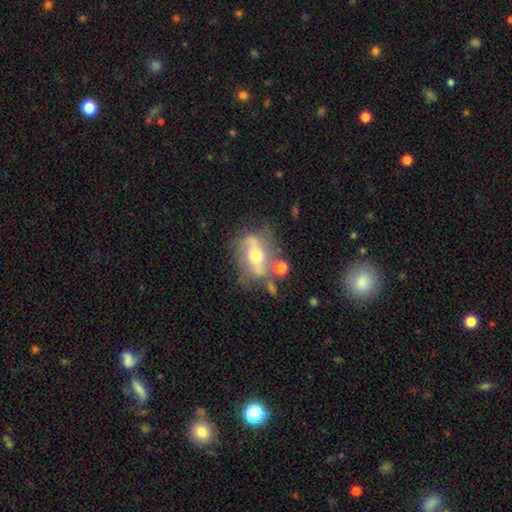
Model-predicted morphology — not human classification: Overall: featured or disk (69%). Edge-on disk: no (90%). Bar: no (35%, tied with strong). Spiral arms: yes (76%). Bulge size: moderate (63%; small 29%). Merging: none (57%; minor disturbance 21%).